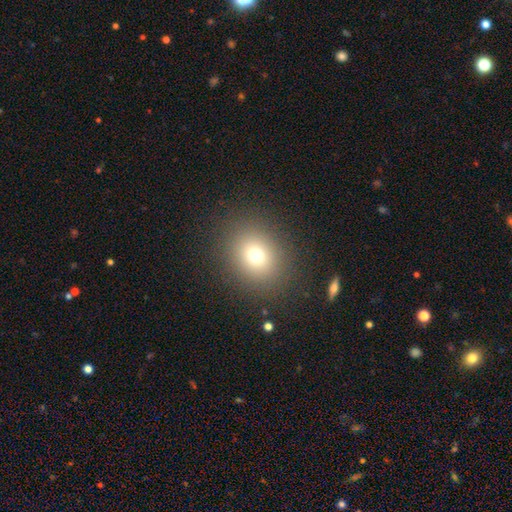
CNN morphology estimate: Smooth or featured?
  - smooth: 72% *
  - star or artifact: 17%
  - featured or disk: 11%
How rounded?
  - round: 69% *
  - in between: 30%
  - cigar-shaped: 1%
Merging?
  - none: 87% *
  - minor disturbance: 7%
  - major disturbance: 4%
  - merger: 1%